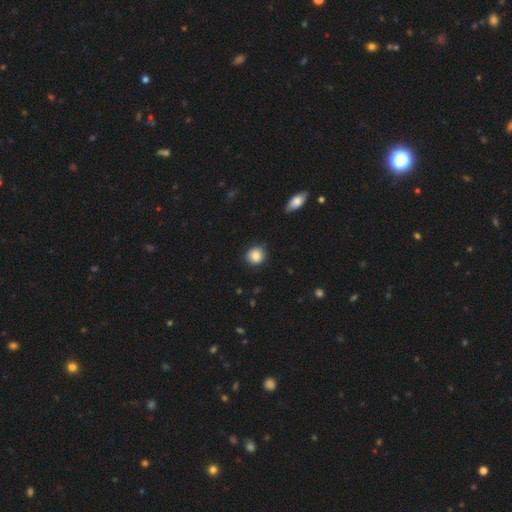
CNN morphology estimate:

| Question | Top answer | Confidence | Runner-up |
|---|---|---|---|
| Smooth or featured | smooth | 86% | star or artifact (8%) |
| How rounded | round | 89% | in between (10%) |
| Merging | none | 84% | minor disturbance (12%) |